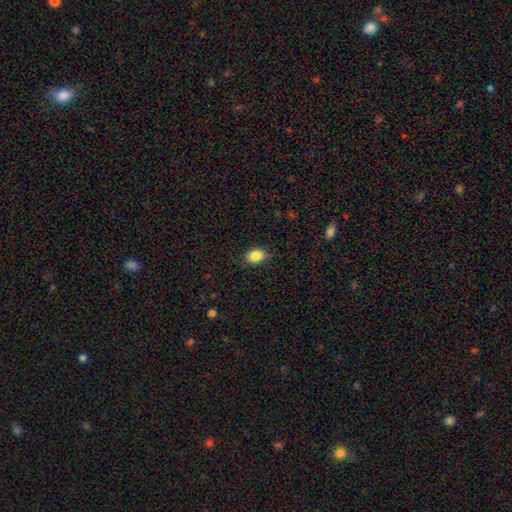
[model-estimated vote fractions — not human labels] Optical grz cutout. It shows a smooth galaxy with no disk features (87%) that is in between round and cigar-shaped (75%). Merging: none (83%).